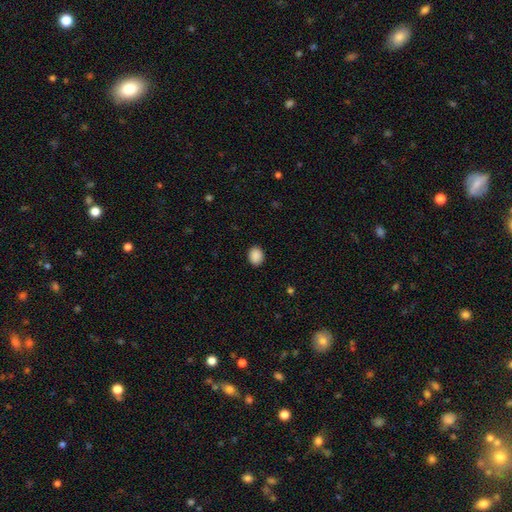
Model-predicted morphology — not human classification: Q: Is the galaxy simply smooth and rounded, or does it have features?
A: smooth — 90%.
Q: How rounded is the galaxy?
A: round — 52%.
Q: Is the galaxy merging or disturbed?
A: none — 90%.